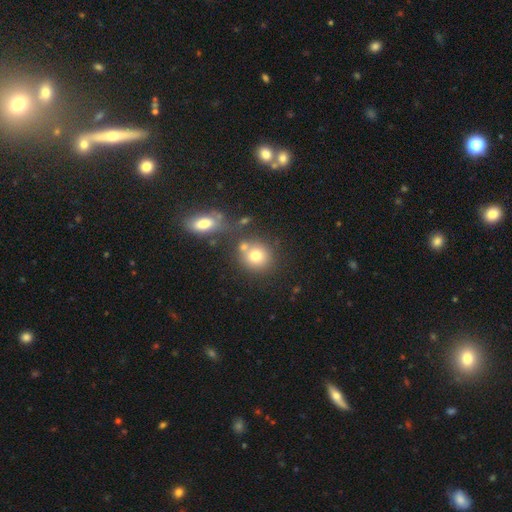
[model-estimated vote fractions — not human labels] Smooth or featured: smooth — 75% (featured or disk — 13%)
How rounded: round — 84% (in between — 15%)
Merging: none — 61% (merger — 24%)